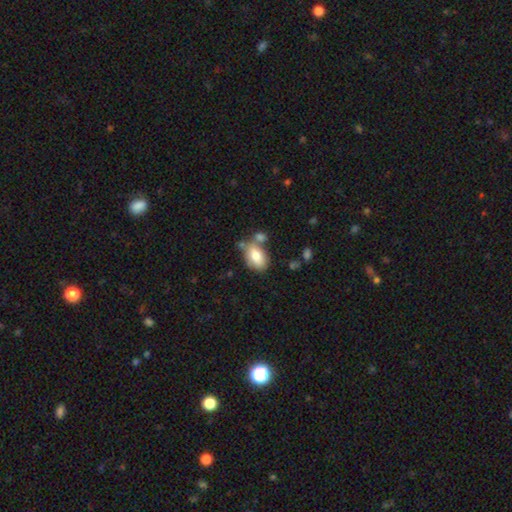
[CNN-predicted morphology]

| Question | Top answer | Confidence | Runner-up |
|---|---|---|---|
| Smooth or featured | smooth | 76% | featured or disk (16%) |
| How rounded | in between | 87% | round (11%) |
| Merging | none | 51% | merger (24%) |